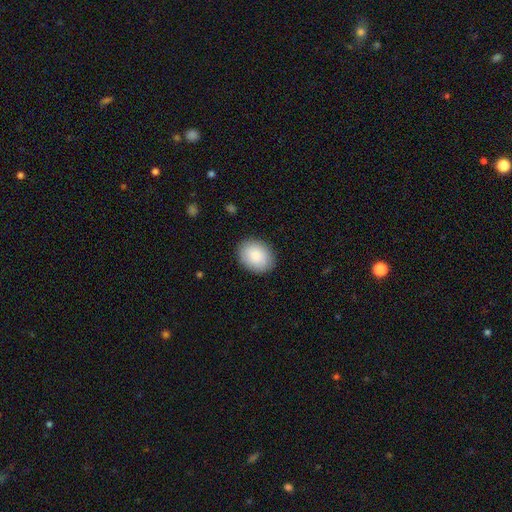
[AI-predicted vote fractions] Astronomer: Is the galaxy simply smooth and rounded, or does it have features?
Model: smooth — 88%.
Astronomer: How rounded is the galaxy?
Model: in between — 65%.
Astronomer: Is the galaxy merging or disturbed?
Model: none — 89%.